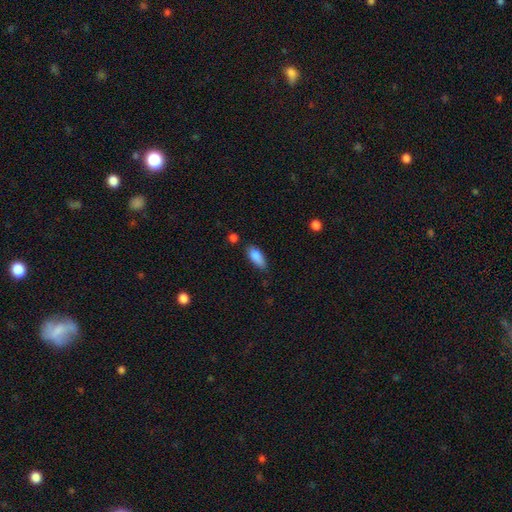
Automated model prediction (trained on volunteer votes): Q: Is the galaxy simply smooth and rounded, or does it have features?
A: smooth — 85%.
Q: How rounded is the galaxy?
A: in between — 76%.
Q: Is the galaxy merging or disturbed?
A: none — 69%.